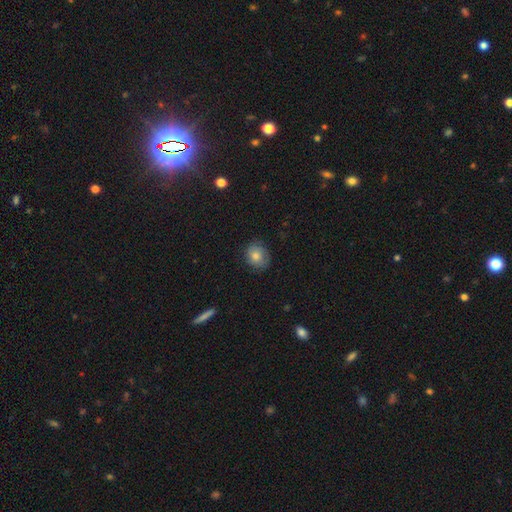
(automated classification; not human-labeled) Smooth or featured? smooth (71%)
How rounded? round (71%)
Merging? none (77%)